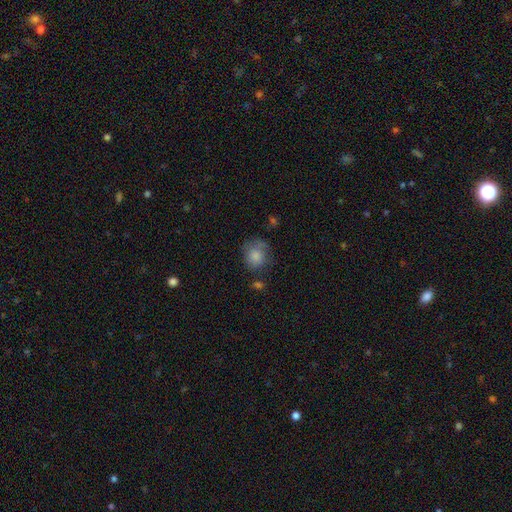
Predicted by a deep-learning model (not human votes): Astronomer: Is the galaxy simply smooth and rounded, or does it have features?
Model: smooth — 78%.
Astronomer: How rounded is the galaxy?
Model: round — 77%.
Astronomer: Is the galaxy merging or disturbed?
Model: none — 55%.